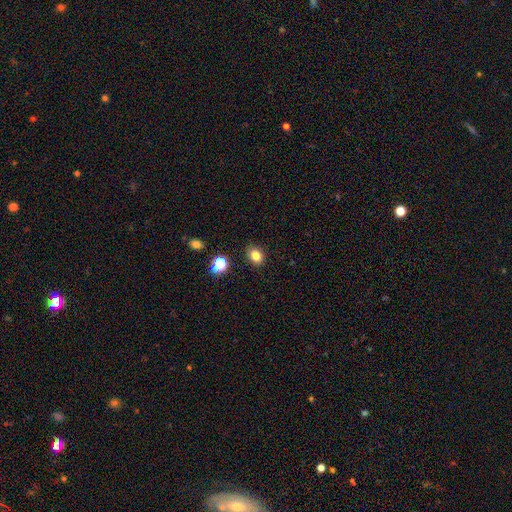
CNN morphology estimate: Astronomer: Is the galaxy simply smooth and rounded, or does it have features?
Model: smooth — 82%.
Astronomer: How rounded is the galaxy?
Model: in between — 60% (runner-up: round, 39%).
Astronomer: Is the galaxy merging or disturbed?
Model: none — 88%.